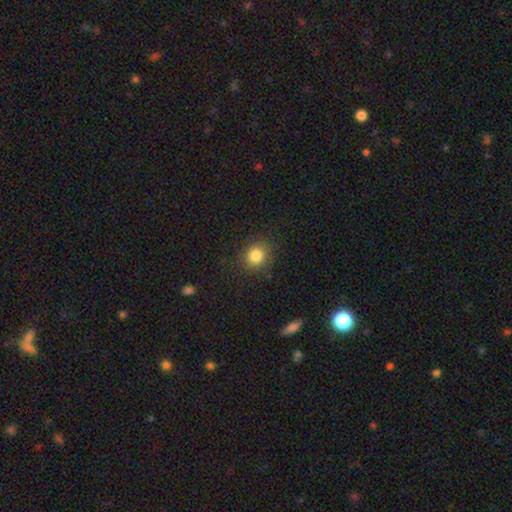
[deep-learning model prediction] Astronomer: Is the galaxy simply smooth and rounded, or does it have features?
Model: smooth — 83%.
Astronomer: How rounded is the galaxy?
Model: round — 85%.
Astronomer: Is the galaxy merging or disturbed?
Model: none — 85%.